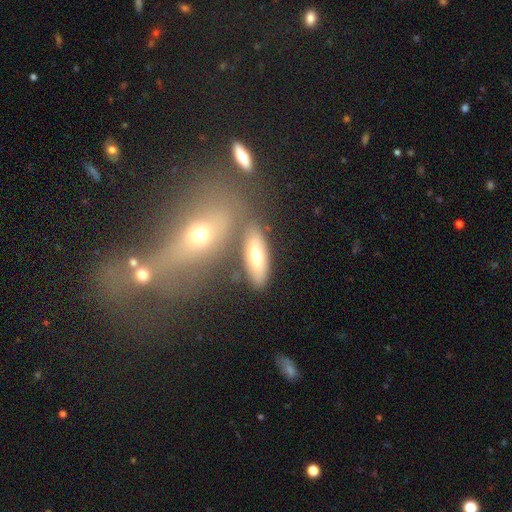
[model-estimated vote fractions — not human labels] This is likely a smooth galaxy (62%). How rounded: likely in between (66%). Merging: likely none (65%).